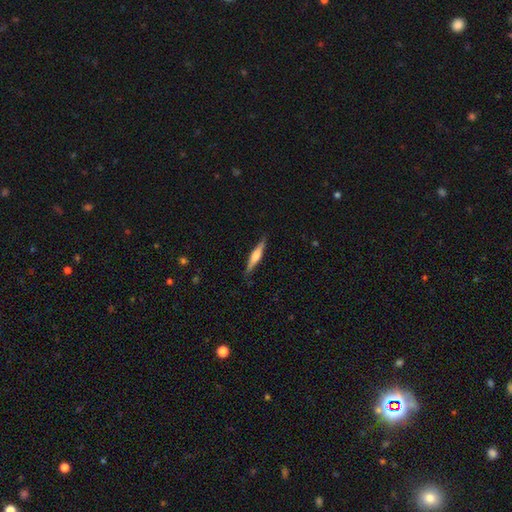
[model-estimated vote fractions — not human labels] Smooth or featured?
  - featured or disk: 53% *
  - smooth: 41%
  - star or artifact: 5%
Edge-on disk?
  - yes: 96% *
  - no: 4%
Edge-on bulge?
  - rounded: 76% *
  - boxy: 15%
  - none: 9%
Merging?
  - none: 87% *
  - minor disturbance: 10%
  - major disturbance: 2%
  - merger: 1%